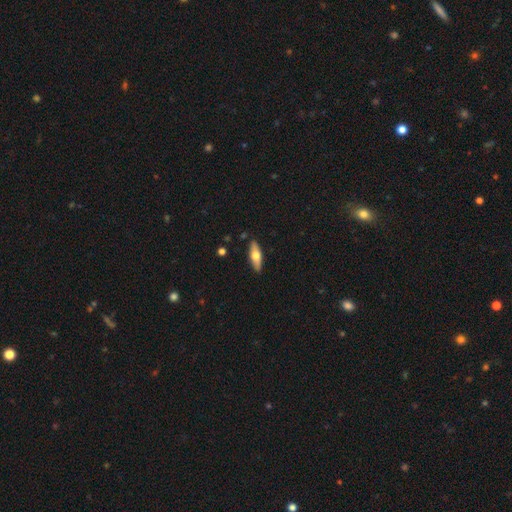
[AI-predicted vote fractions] This is possibly a smooth galaxy (56%). How rounded: possibly in between (57%). Merging: clearly none (88%).